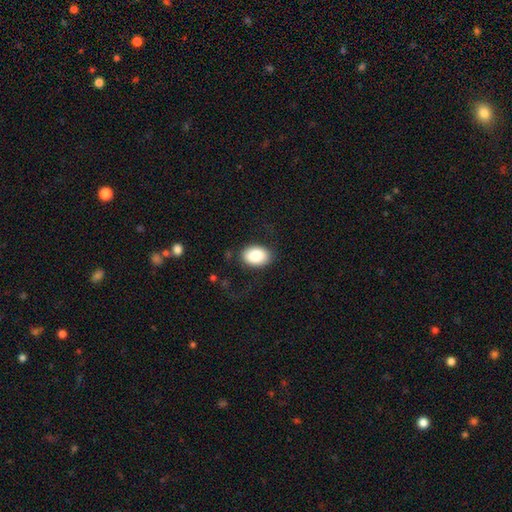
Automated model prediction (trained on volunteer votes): Morphology: type=smooth (87%); roundness=in between (82%); merging=none (80%).